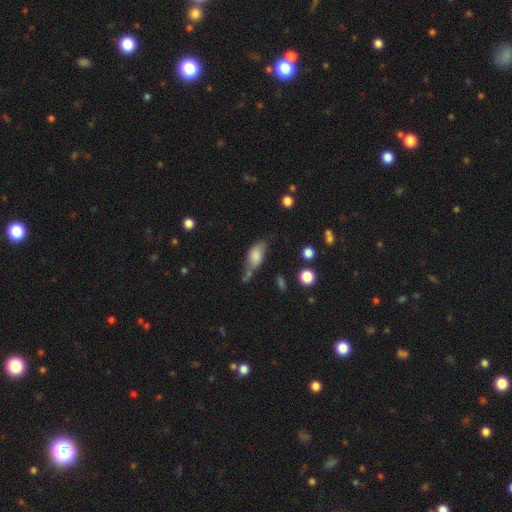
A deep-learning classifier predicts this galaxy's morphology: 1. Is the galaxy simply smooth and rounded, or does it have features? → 75% smooth, 17% featured or disk, 8% star or artifact.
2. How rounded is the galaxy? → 85% in between, 11% cigar-shaped, 5% round.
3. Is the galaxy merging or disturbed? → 39% none, 28% minor disturbance, 21% merger, 13% major disturbance.